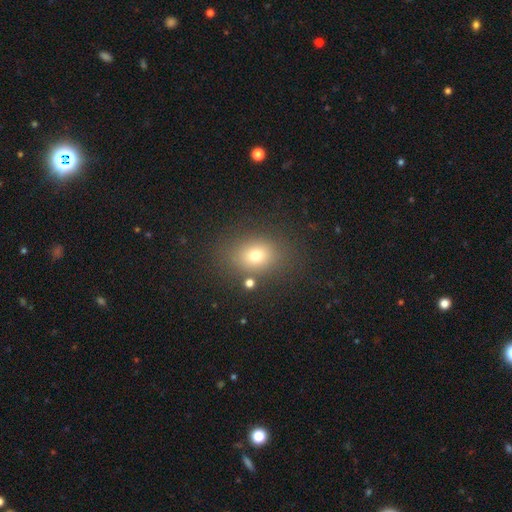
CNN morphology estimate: smooth_or_featured: smooth (p=0.73) [alt: star or artifact p=0.16]
how_rounded: in between (p=0.56) [alt: round p=0.43]
merging: none (p=0.79) [alt: minor disturbance p=0.11]